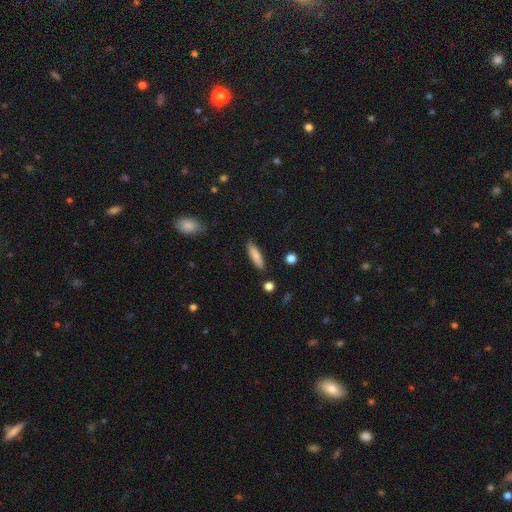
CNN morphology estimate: type=smooth (83%); roundness=cigar-shaped (69%); merging=none (87%).